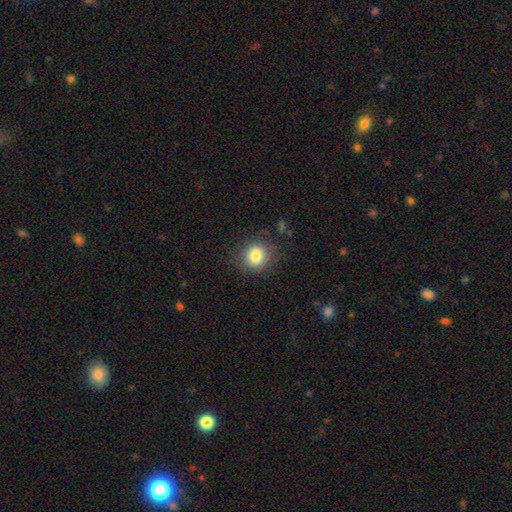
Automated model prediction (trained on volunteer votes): This is clearly a smooth galaxy (82%). How rounded: likely round (79%). Merging: clearly none (82%).